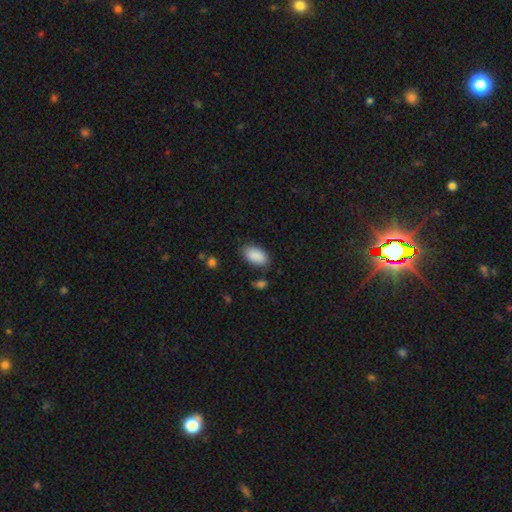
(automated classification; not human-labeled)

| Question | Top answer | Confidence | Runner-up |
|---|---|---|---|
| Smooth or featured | smooth | 90% | star or artifact (7%) |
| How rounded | in between | 94% | round (4%) |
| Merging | none | 81% | minor disturbance (14%) |